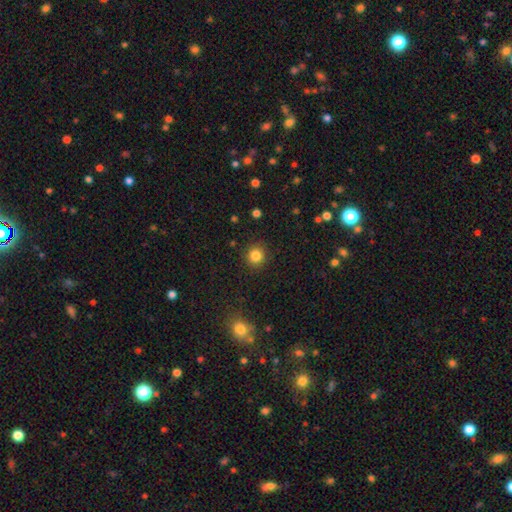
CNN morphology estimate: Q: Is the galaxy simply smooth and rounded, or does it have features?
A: smooth — 83%.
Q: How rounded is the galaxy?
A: round — 92%.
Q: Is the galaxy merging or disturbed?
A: none — 90%.